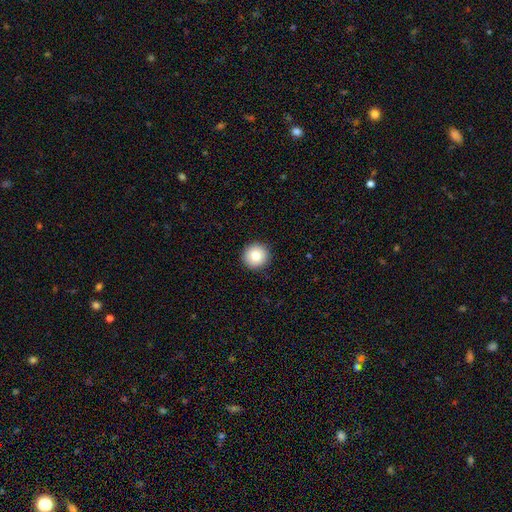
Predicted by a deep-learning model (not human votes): A smooth galaxy with no disk features (82%) that is round (96%).

Vote fractions:
- Smooth or featured? smooth: 82% / featured or disk: 9% / star or artifact: 9%
- How rounded? round: 96% / in between: 4% / cigar-shaped: 1%
- Merging? none: 92% / minor disturbance: 5% / major disturbance: 2% / merger: 1%